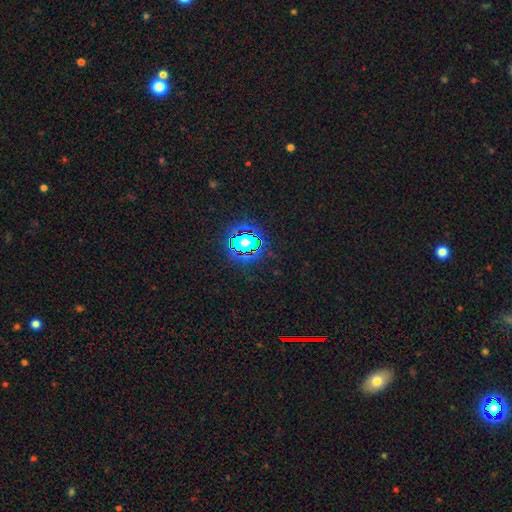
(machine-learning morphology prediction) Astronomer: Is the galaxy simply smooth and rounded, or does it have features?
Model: star or artifact — 78%.